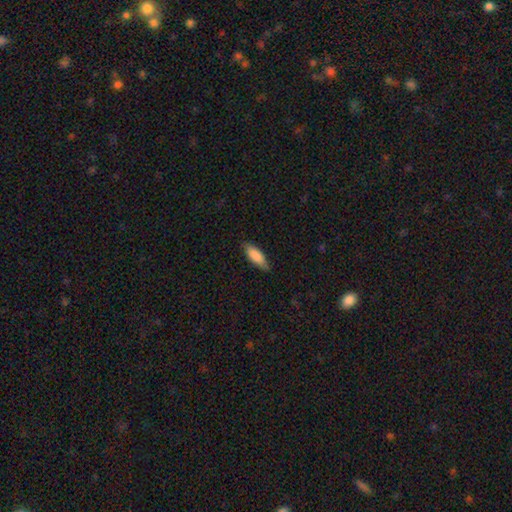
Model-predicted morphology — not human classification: type=smooth (87%); roundness=in between (67%); merging=none (81%).